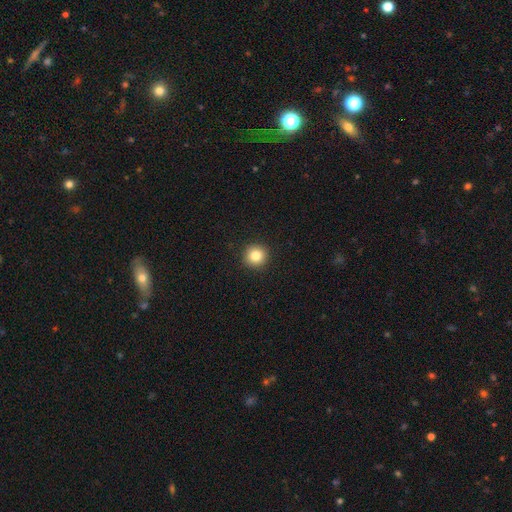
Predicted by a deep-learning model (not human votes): Smooth or featured? smooth (83%)
How rounded? round (95%)
Merging? none (93%)